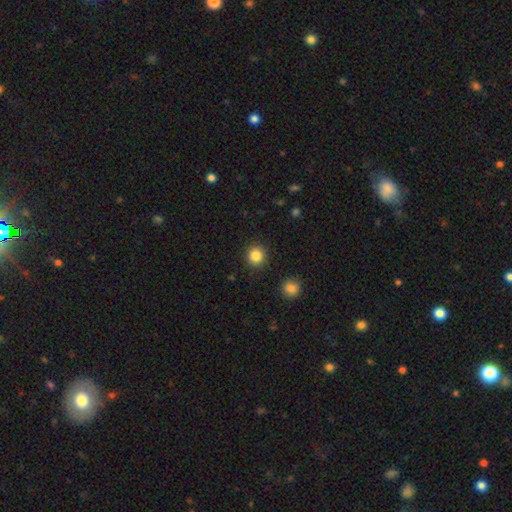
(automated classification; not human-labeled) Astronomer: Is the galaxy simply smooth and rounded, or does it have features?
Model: smooth — 85%.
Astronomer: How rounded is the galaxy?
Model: round — 92%.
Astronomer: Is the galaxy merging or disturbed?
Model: none — 91%.